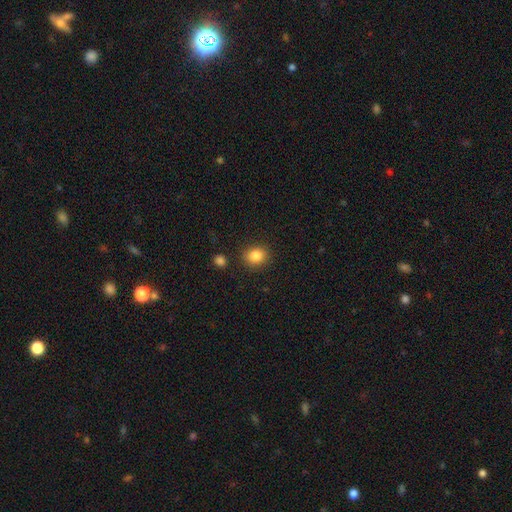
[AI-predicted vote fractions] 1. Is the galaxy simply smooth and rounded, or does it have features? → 85% smooth, 10% star or artifact, 5% featured or disk.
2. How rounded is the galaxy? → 66% round, 33% in between, 1% cigar-shaped.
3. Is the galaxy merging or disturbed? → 86% none, 9% minor disturbance, 3% major disturbance, 3% merger.